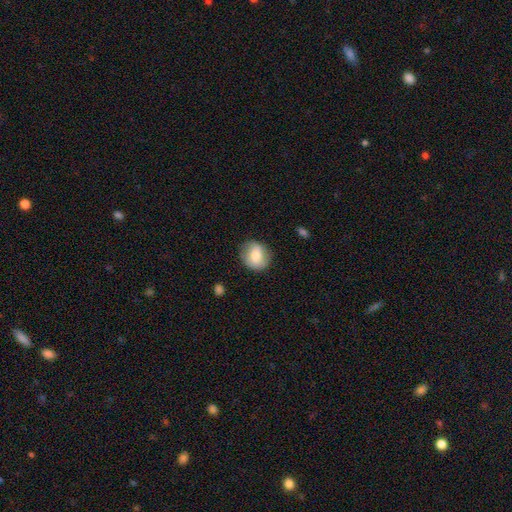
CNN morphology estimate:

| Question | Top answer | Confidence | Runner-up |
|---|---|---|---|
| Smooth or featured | smooth | 72% | featured or disk (21%) |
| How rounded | round | 76% | in between (23%) |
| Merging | none | 79% | minor disturbance (15%) |